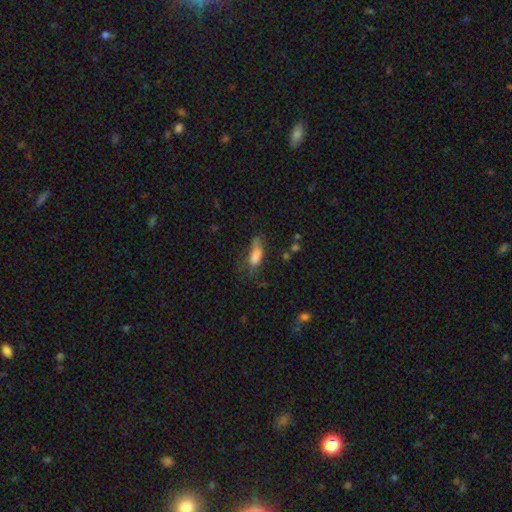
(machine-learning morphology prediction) This appears to be a smooth galaxy with no disk features (70%) that is in between round and cigar-shaped (69%). Merging: none (37%).